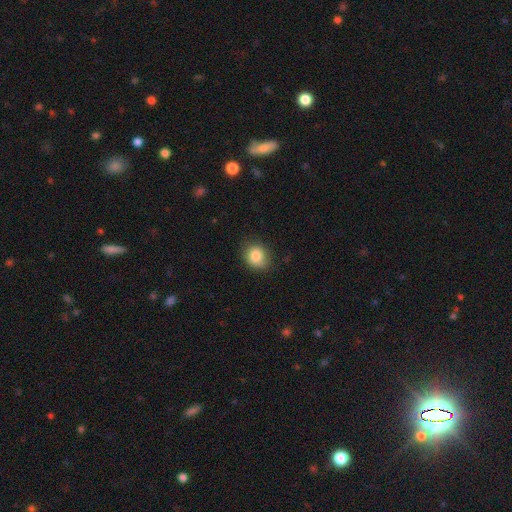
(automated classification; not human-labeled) This appears to be a smooth galaxy with no disk features (84%) that is round (61%). Merging: none (77%).